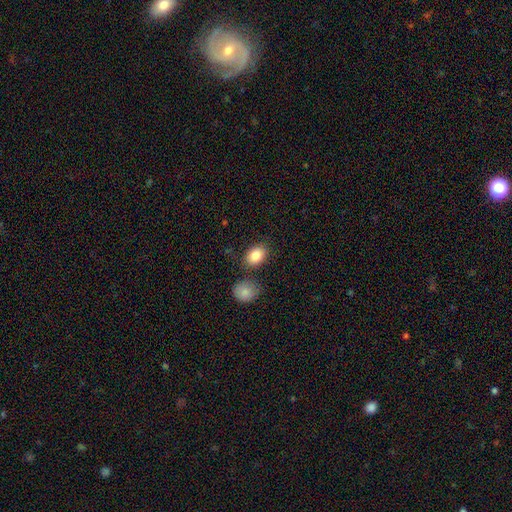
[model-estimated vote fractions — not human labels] smooth-or-featured: smooth: 85% | star or artifact: 8% | featured or disk: 7%
  how-rounded: in between: 79% | round: 20% | cigar-shaped: 1%
  merging: none: 77% | minor disturbance: 12% | merger: 8% | major disturbance: 3%